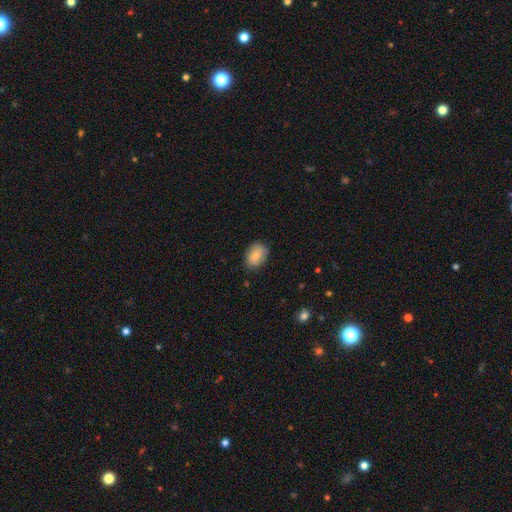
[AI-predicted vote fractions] smooth 81%, featured or disk 11%, star or artifact 7%. Down the decision tree: how rounded — in between (70%); merging — none (80%).